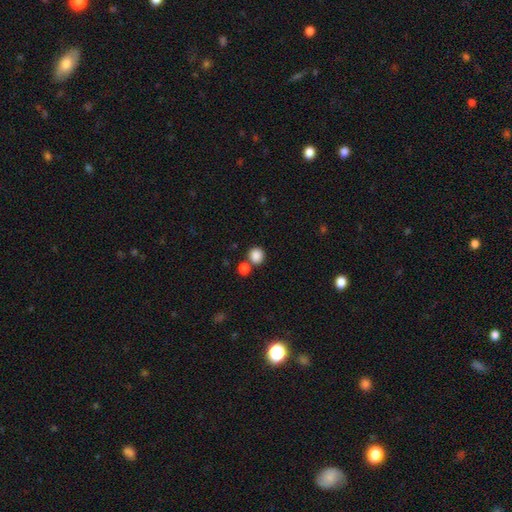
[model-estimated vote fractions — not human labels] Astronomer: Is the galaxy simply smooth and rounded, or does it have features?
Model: smooth — 86%.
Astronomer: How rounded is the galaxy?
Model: round — 86%.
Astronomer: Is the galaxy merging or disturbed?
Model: none — 66%.